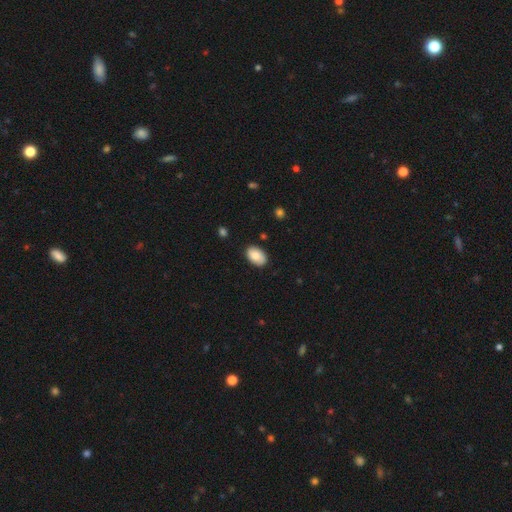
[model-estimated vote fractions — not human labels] Morphology: type=smooth (86%); roundness=in between (91%); merging=none (84%).